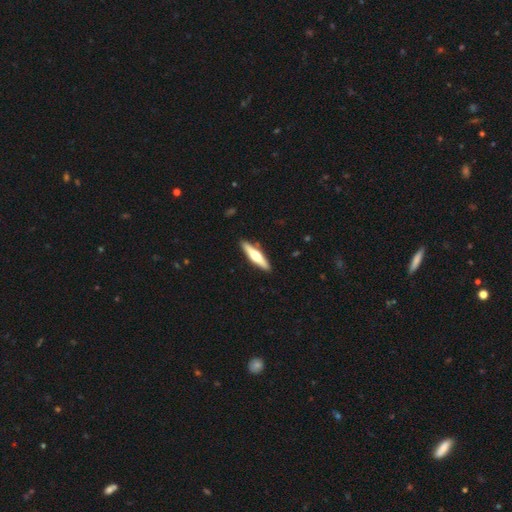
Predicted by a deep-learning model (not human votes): Smooth or featured: featured or disk — 53% (smooth — 42%)
Edge-on disk: yes — 94% (no — 6%)
Merging: none — 90% (minor disturbance — 7%)